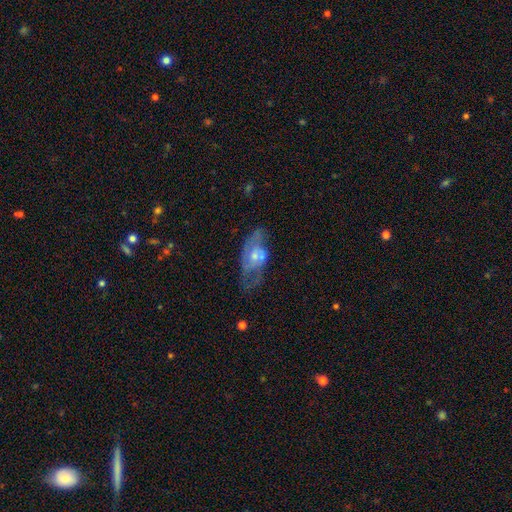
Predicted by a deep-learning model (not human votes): Q: Smooth or featured?
A: featured or disk (70%); runner-up: smooth (23%)
Q: Edge-on disk?
A: no (92%); runner-up: yes (8%)
Q: Bar?
A: no (66%); runner-up: weak (29%)
Q: Spiral arms?
A: yes (68%); runner-up: no (32%)
Q: Bulge size?
A: moderate (46%); runner-up: small (45%)
Q: Merging?
A: none (45%); runner-up: minor disturbance (24%)